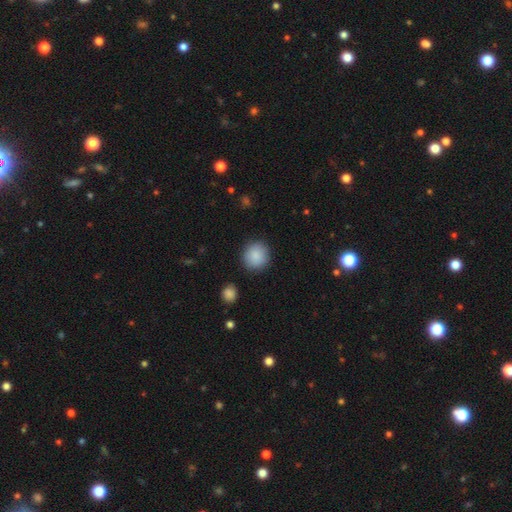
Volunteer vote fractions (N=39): This appears to be a smooth galaxy with no disk features (90%) that is round (94%). Merging: none (86%).